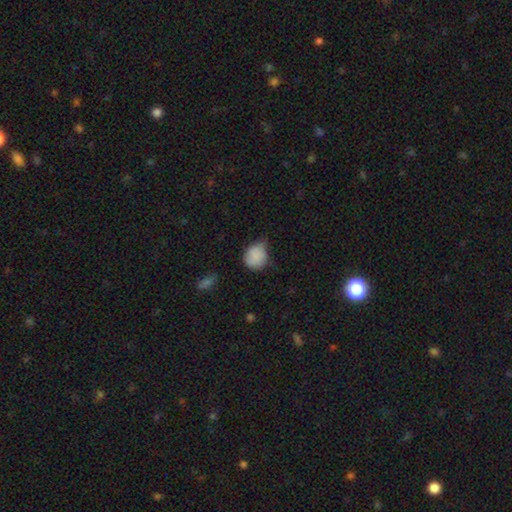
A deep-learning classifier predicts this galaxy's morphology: smooth 83%, star or artifact 9%, featured or disk 8%. Down the decision tree: how rounded — round (75%); merging — minor disturbance (49%).